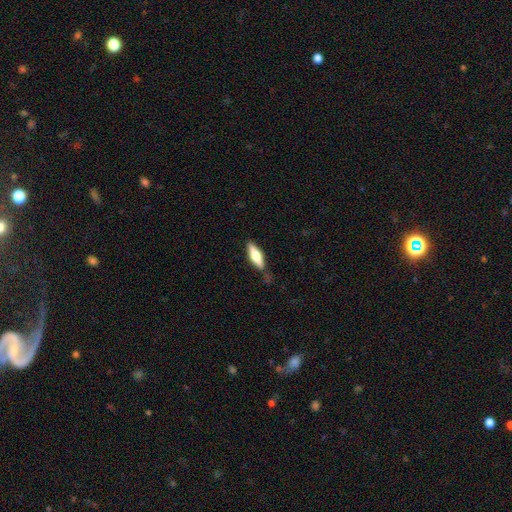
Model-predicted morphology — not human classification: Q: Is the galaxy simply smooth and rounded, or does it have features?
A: smooth — 55%.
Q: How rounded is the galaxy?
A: in between — 50%.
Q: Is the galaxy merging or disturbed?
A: none — 75%.